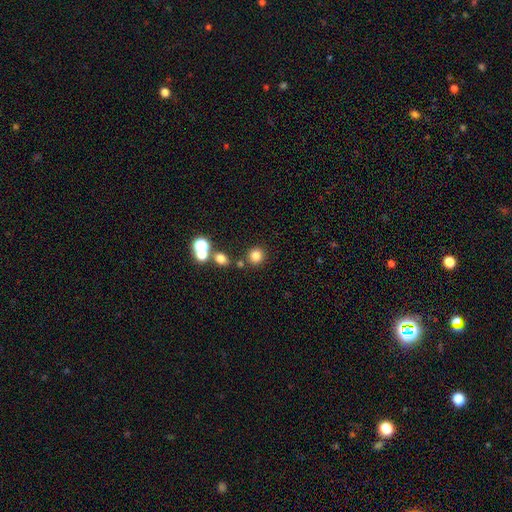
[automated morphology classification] Smooth or featured?
  - smooth: 79% *
  - star or artifact: 15%
  - featured or disk: 7%
How rounded?
  - round: 90% *
  - in between: 9%
  - cigar-shaped: 1%
Merging?
  - none: 78% *
  - merger: 11%
  - minor disturbance: 7%
  - major disturbance: 3%